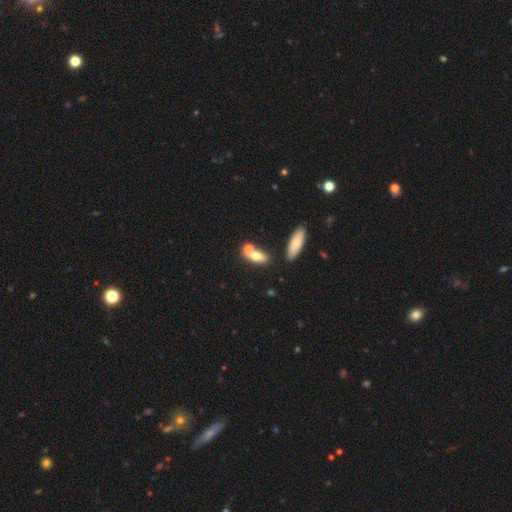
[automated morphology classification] Smooth or featured?
  - smooth: 68% *
  - featured or disk: 22%
  - star or artifact: 10%
How rounded?
  - in between: 66% *
  - round: 21%
  - cigar-shaped: 14%
Merging?
  - merger: 45% *
  - none: 41%
  - minor disturbance: 9%
  - major disturbance: 4%